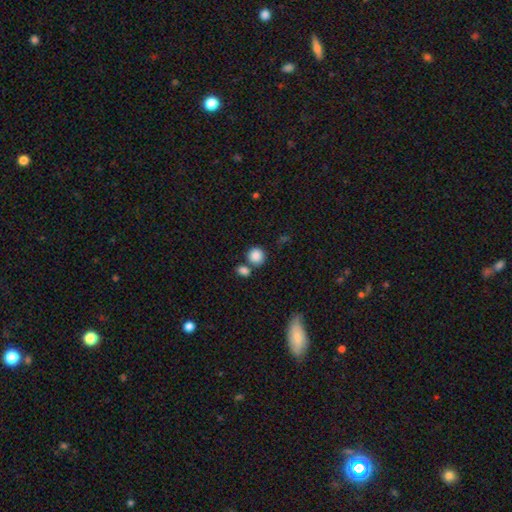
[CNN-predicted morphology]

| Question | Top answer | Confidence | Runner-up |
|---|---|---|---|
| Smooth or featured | smooth | 87% | star or artifact (9%) |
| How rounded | round | 85% | in between (14%) |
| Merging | none | 62% | merger (24%) |